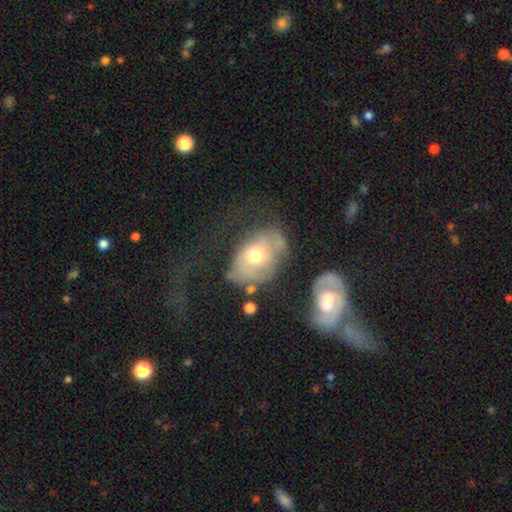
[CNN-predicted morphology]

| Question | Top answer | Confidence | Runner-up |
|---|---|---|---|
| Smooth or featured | featured or disk | 52% | smooth (40%) |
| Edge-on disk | no | 94% | yes (6%) |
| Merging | major disturbance | 34% | none (33%) |